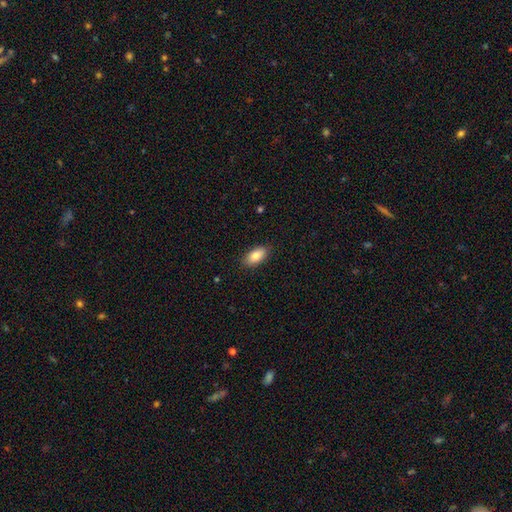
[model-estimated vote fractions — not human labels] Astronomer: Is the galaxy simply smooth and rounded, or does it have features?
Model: smooth — 83%.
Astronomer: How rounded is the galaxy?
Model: in between — 92%.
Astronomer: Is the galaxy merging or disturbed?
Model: none — 87%.